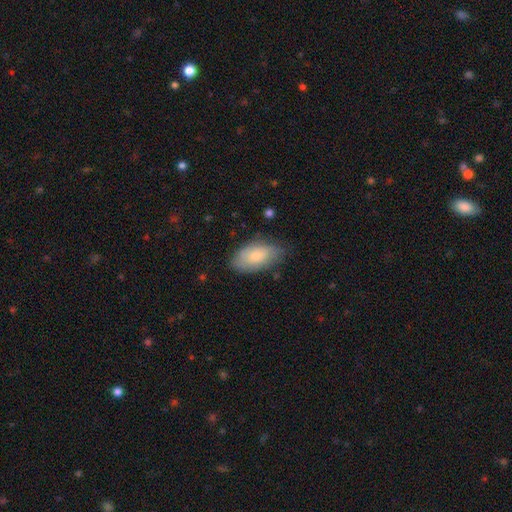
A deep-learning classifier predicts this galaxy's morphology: smooth_or_featured: smooth (p=0.71) [alt: featured or disk p=0.23]
how_rounded: in between (p=0.94) [alt: round p=0.04]
merging: none (p=0.71) [alt: minor disturbance p=0.23]